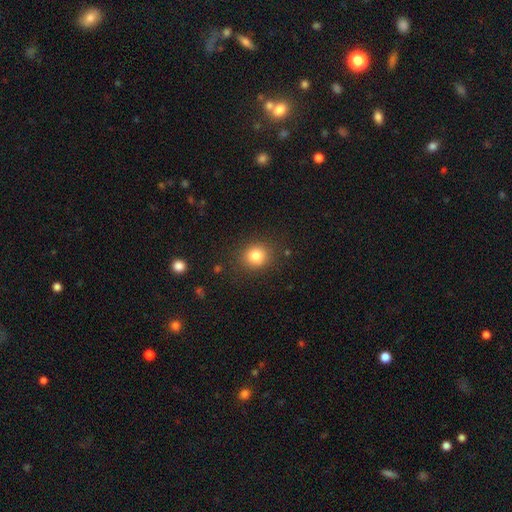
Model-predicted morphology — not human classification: A smooth galaxy with no disk features (82%) that is round (82%).

Vote fractions:
- Smooth or featured? smooth: 82% / star or artifact: 11% / featured or disk: 6%
- How rounded? round: 82% / in between: 17% / cigar-shaped: 1%
- Merging? none: 87% / minor disturbance: 9% / major disturbance: 3% / merger: 1%